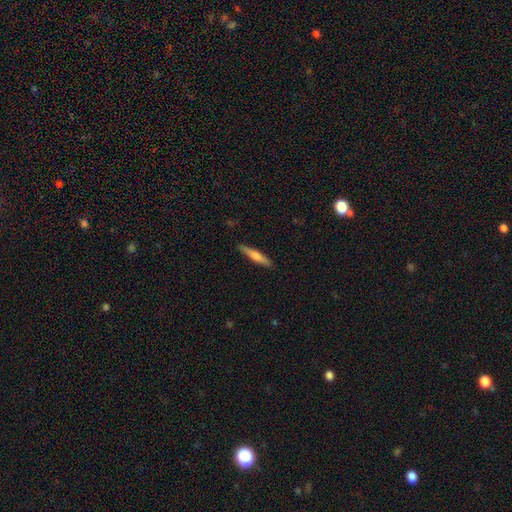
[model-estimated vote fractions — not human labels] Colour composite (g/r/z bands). It shows a smooth galaxy with no disk features (56%) that is cigar-shaped (90%). Merging: none (89%).